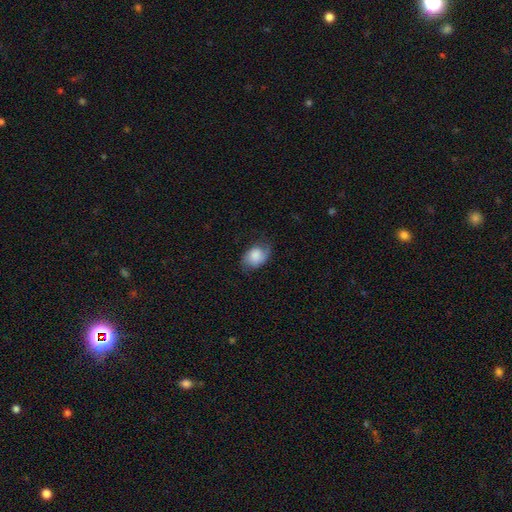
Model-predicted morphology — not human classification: Smooth or featured: smooth — 71% (featured or disk — 21%)
How rounded: in between — 71% (round — 28%)
Merging: none — 59% (minor disturbance — 28%)